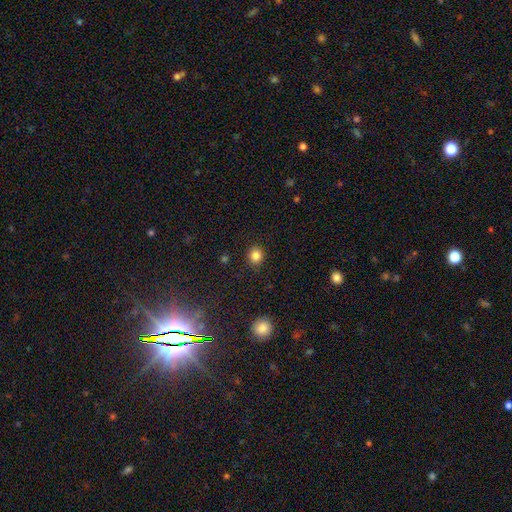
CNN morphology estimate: Smooth or featured: smooth — 85% (star or artifact — 11%)
How rounded: round — 82% (in between — 17%)
Merging: none — 90% (minor disturbance — 7%)